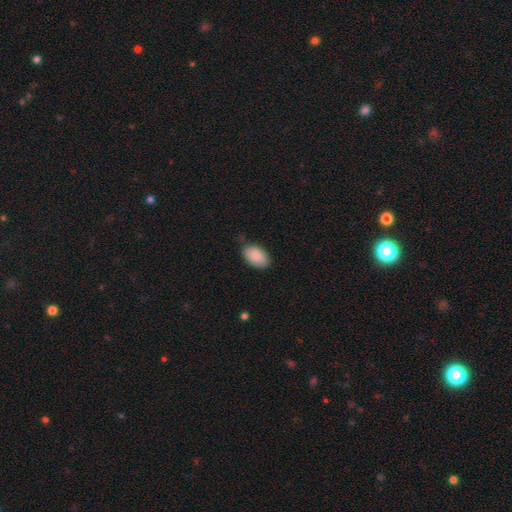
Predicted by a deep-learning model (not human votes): The model was most divided on "merging": none: 81%, minor disturbance: 15%, major disturbance: 3%, merger: 1%. More confident: how rounded — in between (93%); smooth or featured — smooth (89%).